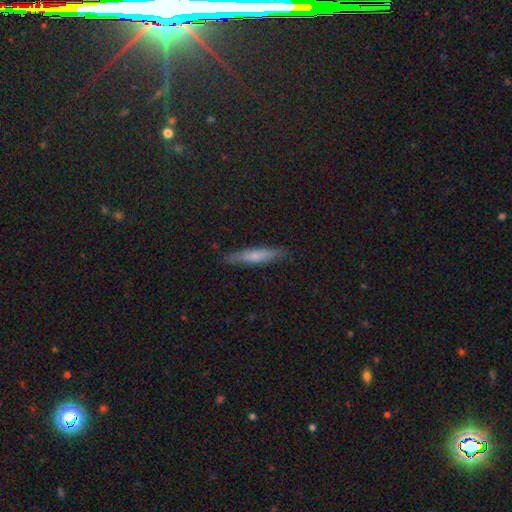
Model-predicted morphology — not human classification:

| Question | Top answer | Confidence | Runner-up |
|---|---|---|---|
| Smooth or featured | smooth | 61% | featured or disk (31%) |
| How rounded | cigar-shaped | 88% | in between (10%) |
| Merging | none | 86% | minor disturbance (11%) |